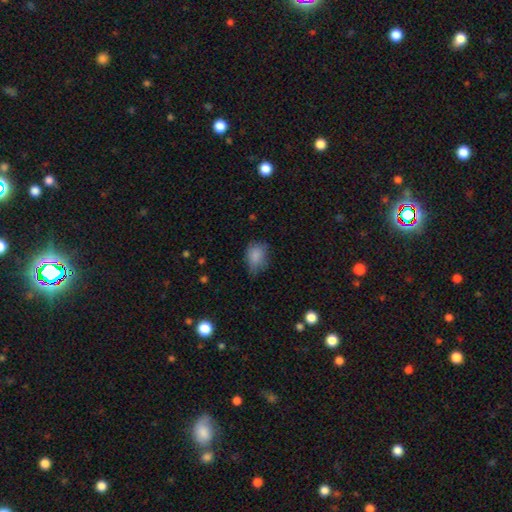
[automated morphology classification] The model was most divided on "merging": none: 53%, minor disturbance: 35%, major disturbance: 11%, merger: 2%. More confident: smooth or featured — smooth (81%); how rounded — in between (73%).